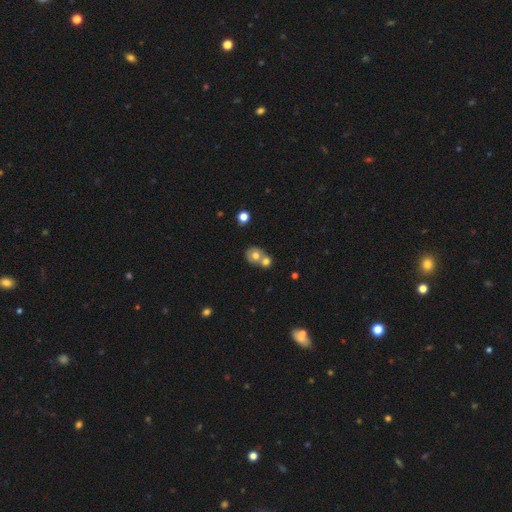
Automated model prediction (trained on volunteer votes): This appears to be a smooth galaxy with no disk features (69%) that is round (70%). Merging: merger (57%).